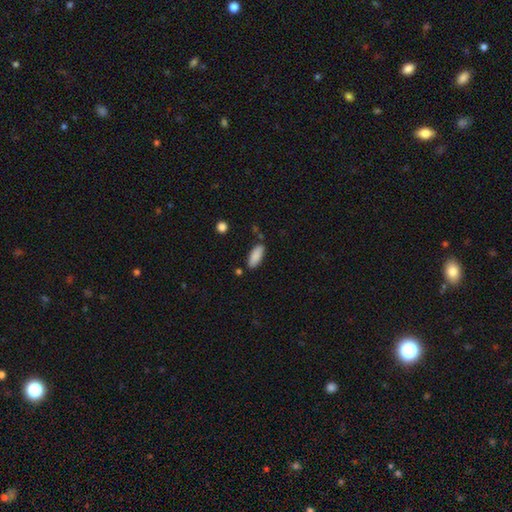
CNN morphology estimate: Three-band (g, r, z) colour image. It shows a smooth galaxy with no disk features (88%) that is in between round and cigar-shaped (77%). Merging: none (82%).